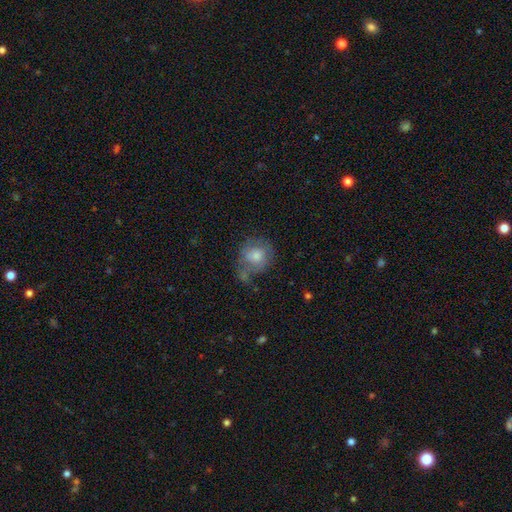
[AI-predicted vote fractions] The model was most divided on "merging": none: 48%, minor disturbance: 25%, major disturbance: 16%, merger: 11%. More confident: how rounded — round (74%); smooth or featured — smooth (56%).